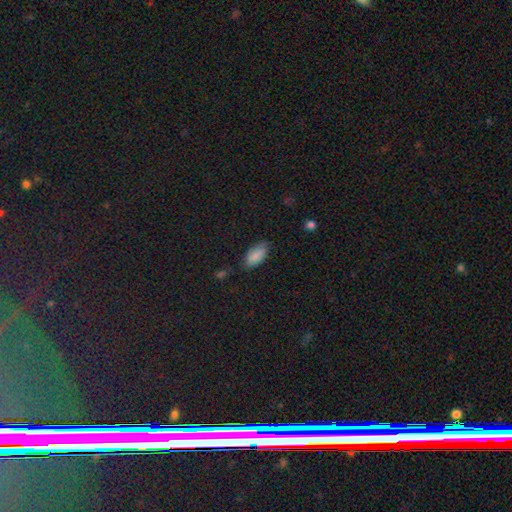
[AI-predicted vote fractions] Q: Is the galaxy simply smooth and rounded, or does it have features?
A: smooth — 84%.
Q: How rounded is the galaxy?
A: in between — 92%.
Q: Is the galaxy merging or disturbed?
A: none — 74%.